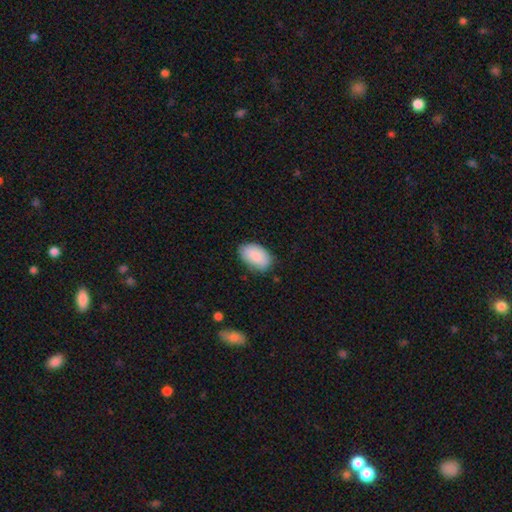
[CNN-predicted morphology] A smooth galaxy with no disk features (87%) that is in between round and cigar-shaped (93%).

Vote fractions:
- Smooth or featured? smooth: 87% / featured or disk: 7% / star or artifact: 6%
- How rounded? in between: 93% / round: 5% / cigar-shaped: 1%
- Merging? none: 78% / minor disturbance: 17% / major disturbance: 3% / merger: 1%